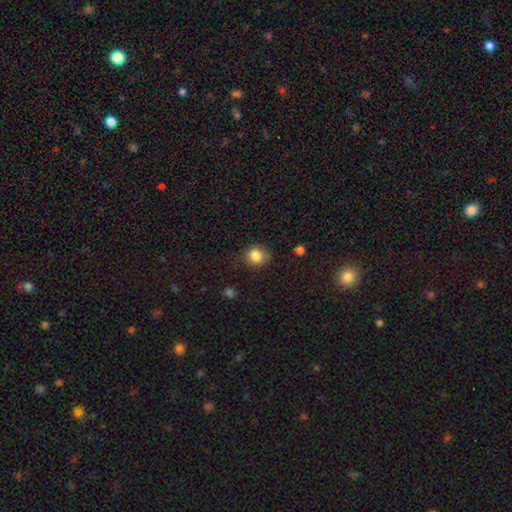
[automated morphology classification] A smooth galaxy with no disk features (84%) that is round (74%). Merging: none (71%).